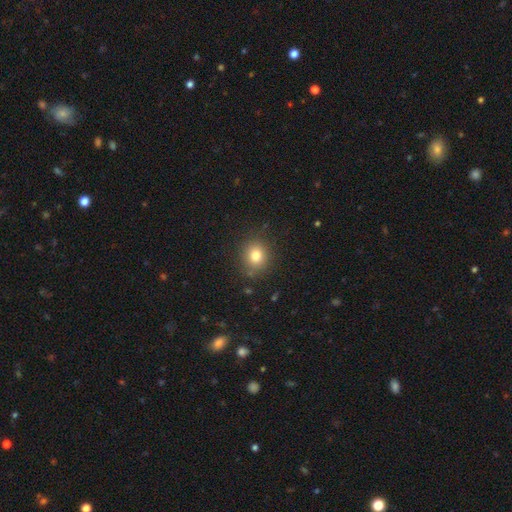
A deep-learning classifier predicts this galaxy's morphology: A smooth galaxy with no disk features (79%) that is round (76%).

Vote fractions:
- Smooth or featured? smooth: 79% / star or artifact: 13% / featured or disk: 9%
- How rounded? round: 76% / in between: 23% / cigar-shaped: 1%
- Merging? none: 84% / minor disturbance: 11% / major disturbance: 3% / merger: 2%